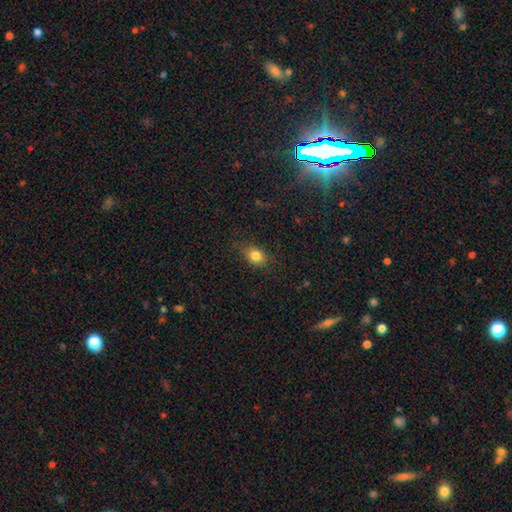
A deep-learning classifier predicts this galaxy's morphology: A smooth galaxy with no disk features (82%) that is in between round and cigar-shaped (60%).

Vote fractions:
- Smooth or featured? smooth: 82% / star or artifact: 11% / featured or disk: 7%
- How rounded? in between: 60% / round: 38% / cigar-shaped: 2%
- Merging? none: 80% / minor disturbance: 15% / major disturbance: 4% / merger: 1%